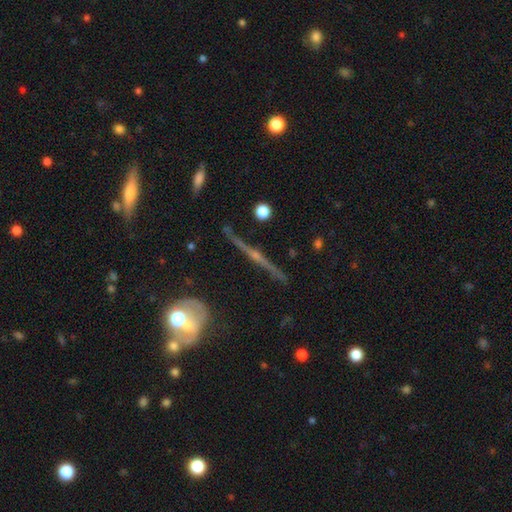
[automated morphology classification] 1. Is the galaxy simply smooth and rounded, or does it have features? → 79% featured or disk, 10% smooth, 10% star or artifact.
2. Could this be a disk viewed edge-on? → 96% yes, 4% no.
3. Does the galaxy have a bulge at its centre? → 83% rounded, 11% none, 7% boxy.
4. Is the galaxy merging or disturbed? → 84% none, 10% minor disturbance, 3% major disturbance, 3% merger.